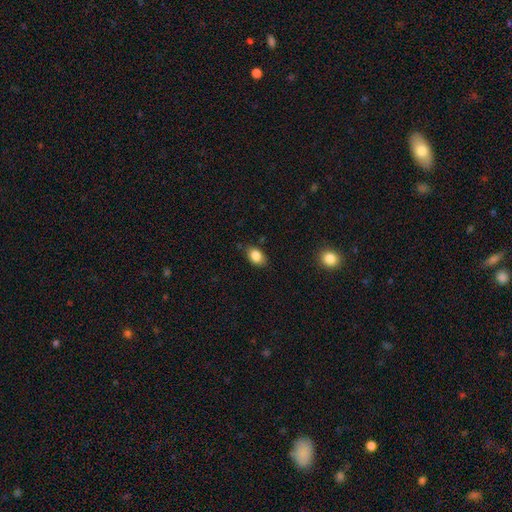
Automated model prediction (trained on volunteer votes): Smooth or featured? smooth (85%)
How rounded? in between (82%)
Merging? none (81%)